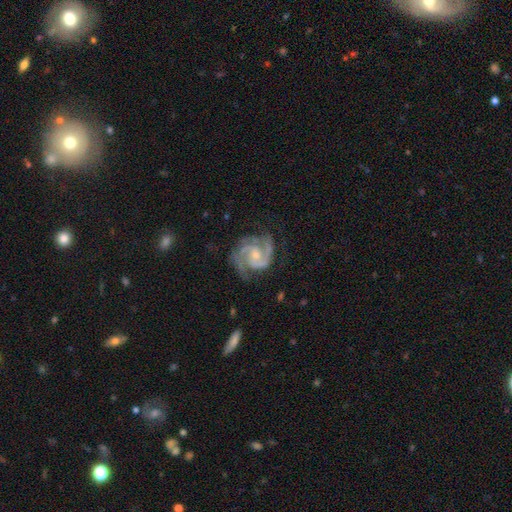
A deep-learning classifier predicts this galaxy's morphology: Smooth or featured? featured or disk (92%)
Edge-on disk? no (98%)
Bar? no (58%)
Spiral arms? yes (98%)
Spiral winding? medium (52%)
Spiral arm count? 2 (68%)
Bulge size? small (59%)
Merging? none (71%)